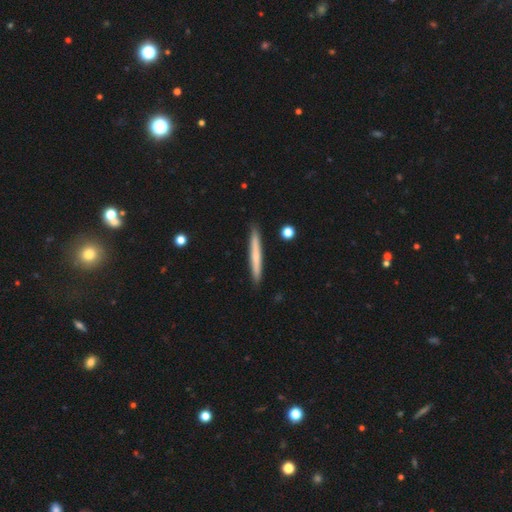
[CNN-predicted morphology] Smooth or featured?
  - smooth: 59% *
  - featured or disk: 35%
  - star or artifact: 6%
How rounded?
  - cigar-shaped: 97% *
  - in between: 2%
  - round: 1%
Merging?
  - none: 91% *
  - minor disturbance: 6%
  - merger: 1%
  - major disturbance: 1%